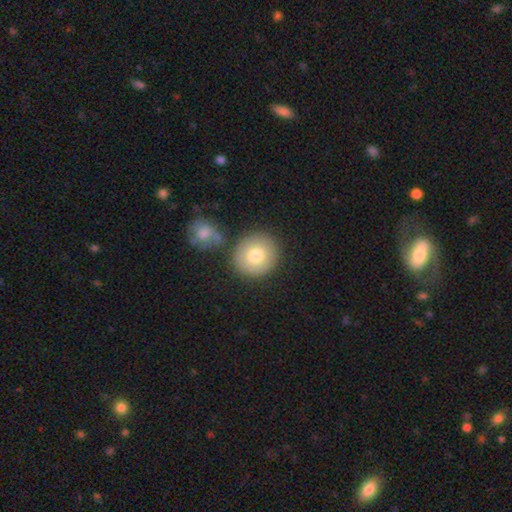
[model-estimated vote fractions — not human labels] Smooth or featured? smooth (77%)
How rounded? round (91%)
Merging? none (77%)